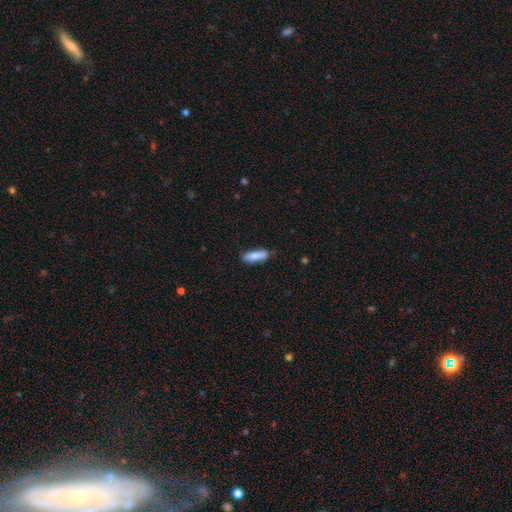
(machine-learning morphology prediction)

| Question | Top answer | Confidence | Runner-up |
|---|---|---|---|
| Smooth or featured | smooth | 81% | featured or disk (12%) |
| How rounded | cigar-shaped | 52% | in between (46%) |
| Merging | none | 81% | minor disturbance (15%) |